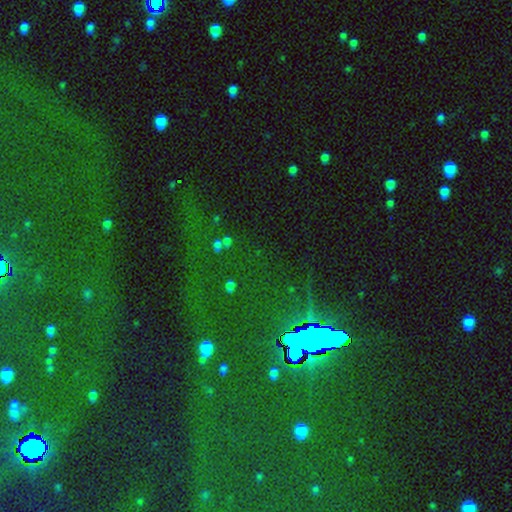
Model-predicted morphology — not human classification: Smooth or featured? Predicted: star or artifact (p=0.83).